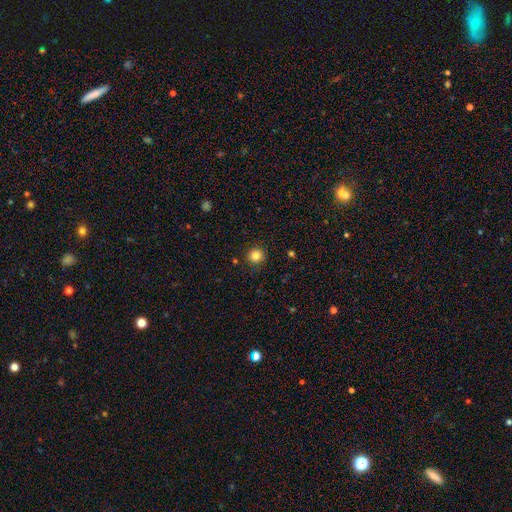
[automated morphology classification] smooth_or_featured: smooth (p=0.83) [alt: star or artifact p=0.11]
how_rounded: round (p=0.95) [alt: in between p=0.04]
merging: none (p=0.91) [alt: minor disturbance p=0.06]